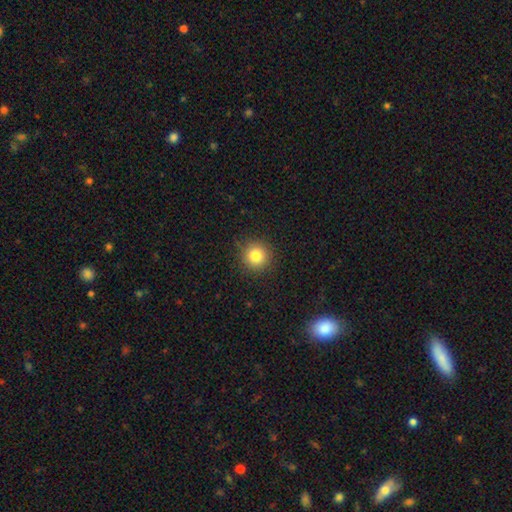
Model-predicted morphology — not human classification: smooth-or-featured: smooth: 82% | star or artifact: 12% | featured or disk: 7%
  how-rounded: round: 94% | in between: 5% | cigar-shaped: 1%
  merging: none: 88% | minor disturbance: 8% | major disturbance: 2% | merger: 1%